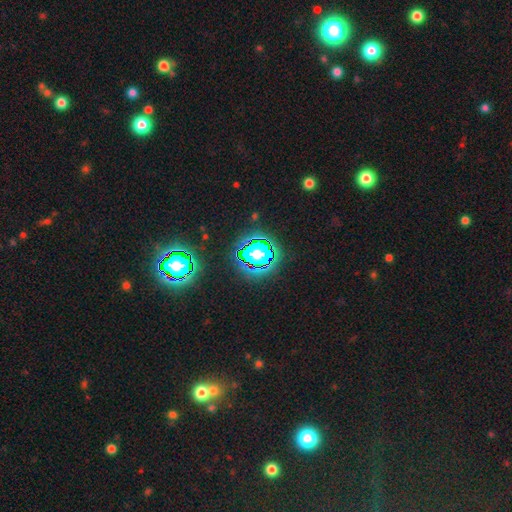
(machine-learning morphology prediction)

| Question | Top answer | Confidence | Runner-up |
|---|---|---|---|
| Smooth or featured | star or artifact | 80% | smooth (13%) |